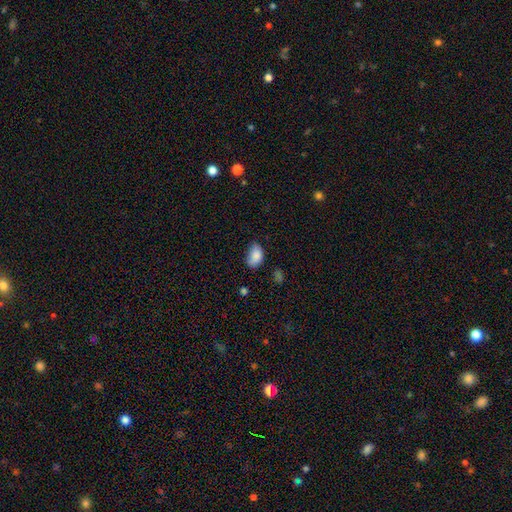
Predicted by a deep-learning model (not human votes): Smooth or featured? smooth (86%)
How rounded? in between (89%)
Merging? none (48%)